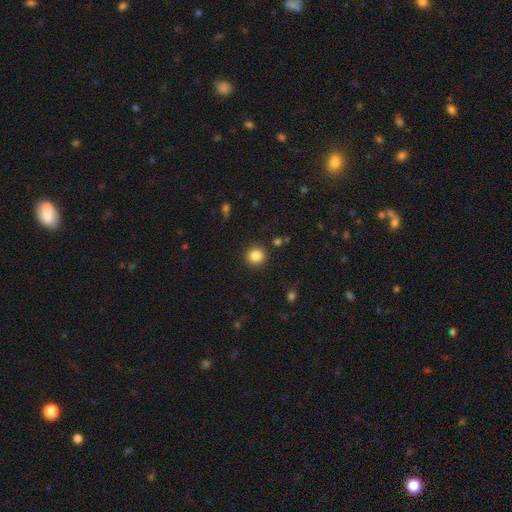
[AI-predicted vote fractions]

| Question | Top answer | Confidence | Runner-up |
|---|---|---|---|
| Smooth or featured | smooth | 85% | star or artifact (11%) |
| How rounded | round | 92% | in between (7%) |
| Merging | none | 90% | minor disturbance (6%) |